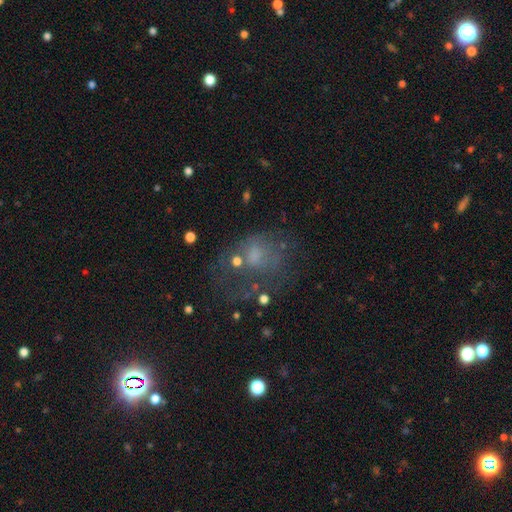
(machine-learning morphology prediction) Q: Smooth or featured?
A: smooth (42%); runner-up: featured or disk (37%)
Q: Merging?
A: major disturbance (36%); tied with: none (36%)